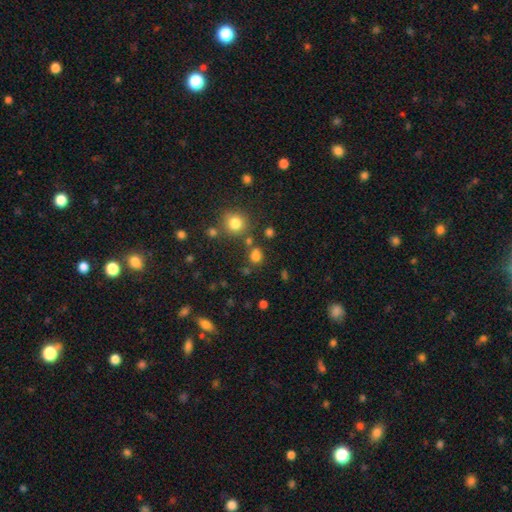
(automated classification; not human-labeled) smooth 75%, star or artifact 18%, featured or disk 6%. Down the decision tree: how rounded — round (64%); merging — none (70%).